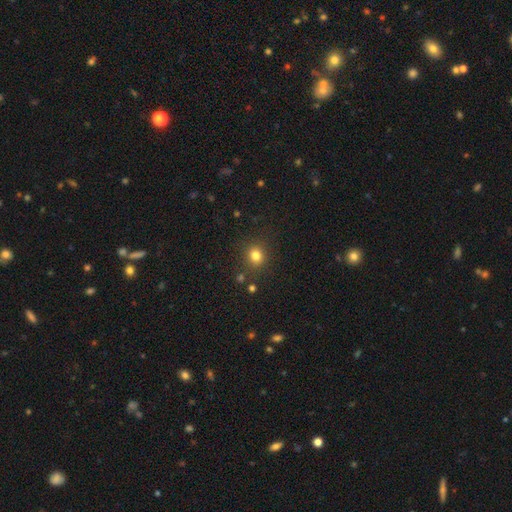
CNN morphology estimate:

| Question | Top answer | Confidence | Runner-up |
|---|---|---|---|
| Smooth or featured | smooth | 80% | star or artifact (14%) |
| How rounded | round | 83% | in between (16%) |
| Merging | none | 86% | minor disturbance (8%) |